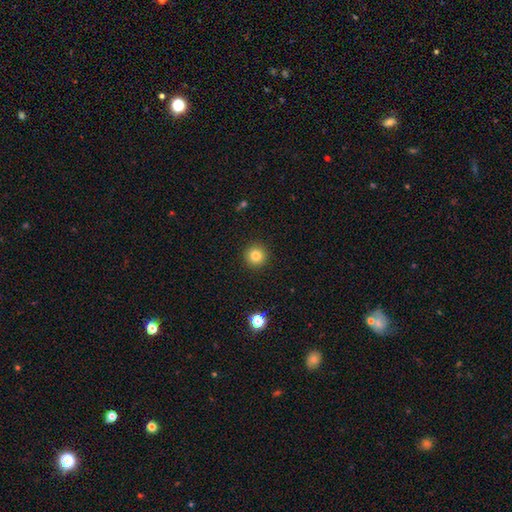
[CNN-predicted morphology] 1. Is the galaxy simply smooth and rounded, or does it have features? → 82% smooth, 12% star or artifact, 6% featured or disk.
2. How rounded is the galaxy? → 95% round, 4% in between, 1% cigar-shaped.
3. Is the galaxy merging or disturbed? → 92% none, 5% minor disturbance, 2% major disturbance, 1% merger.